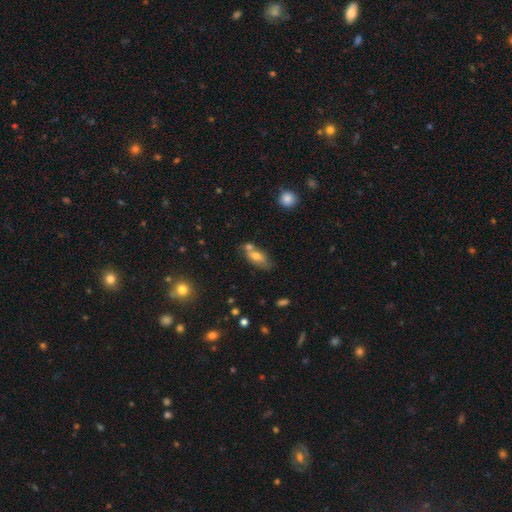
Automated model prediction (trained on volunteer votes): Overall: smooth (59%; featured or disk 30%). How rounded: in between (76%). Merging: none (50%; merger 29%).